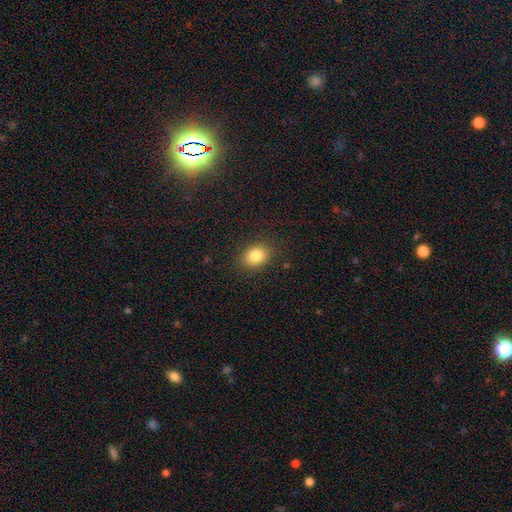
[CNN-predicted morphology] smooth 85%, star or artifact 10%, featured or disk 6%. Down the decision tree: how rounded — in between (60%); merging — none (87%).